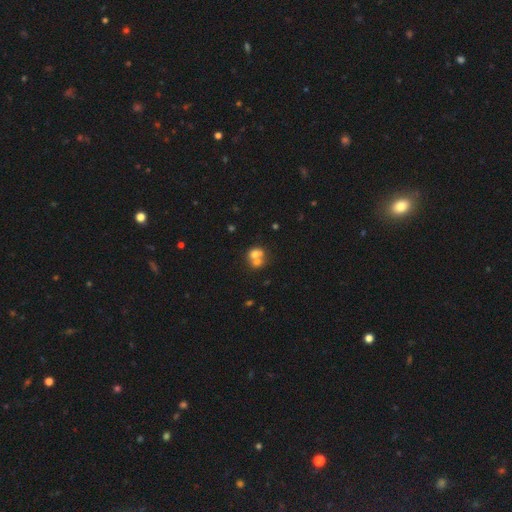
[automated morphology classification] A smooth galaxy with no disk features (63%) that is round (67%). Merging: merger (63%).